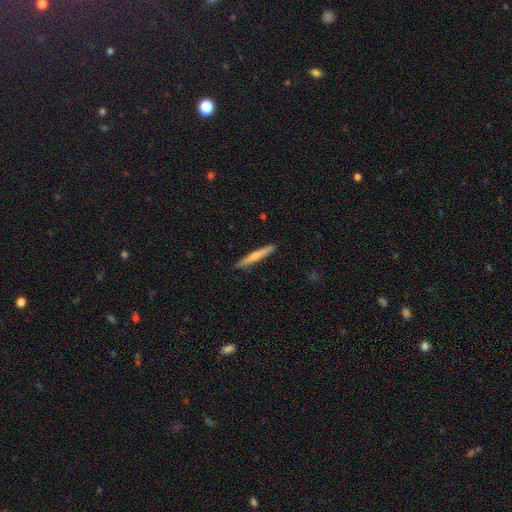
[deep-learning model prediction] Smooth or featured? Predicted: smooth (p=0.63). How rounded? Predicted: cigar-shaped (p=0.96). Merging? Predicted: none (p=0.91).